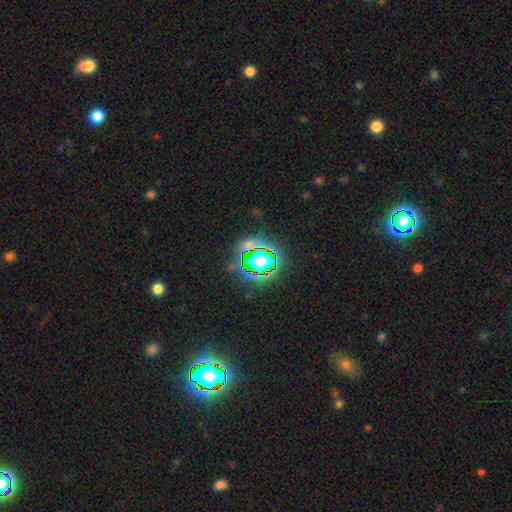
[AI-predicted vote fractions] smooth_or_featured: star or artifact (p=0.76) [alt: smooth p=0.15]